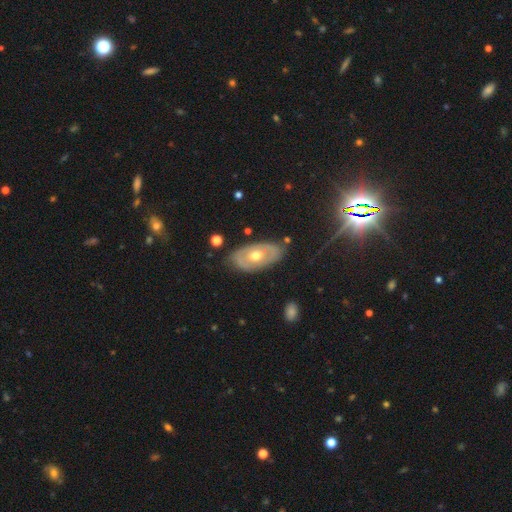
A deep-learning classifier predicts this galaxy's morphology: Q: Smooth or featured?
A: featured or disk (61%); runner-up: smooth (29%)
Q: Edge-on disk?
A: no (87%); runner-up: yes (13%)
Q: Bar?
A: no (83%); runner-up: weak (12%)
Q: Spiral arms?
A: no (68%); runner-up: yes (32%)
Q: Bulge size?
A: moderate (74%); runner-up: small (20%)
Q: Merging?
A: none (80%); runner-up: minor disturbance (14%)